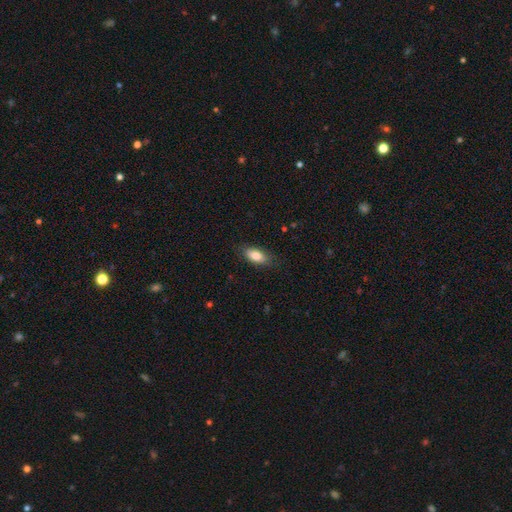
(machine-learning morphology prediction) smooth_or_featured: smooth (p=0.83) [alt: featured or disk p=0.10]
how_rounded: in between (p=0.87) [alt: cigar-shaped p=0.09]
merging: none (p=0.81) [alt: minor disturbance p=0.14]